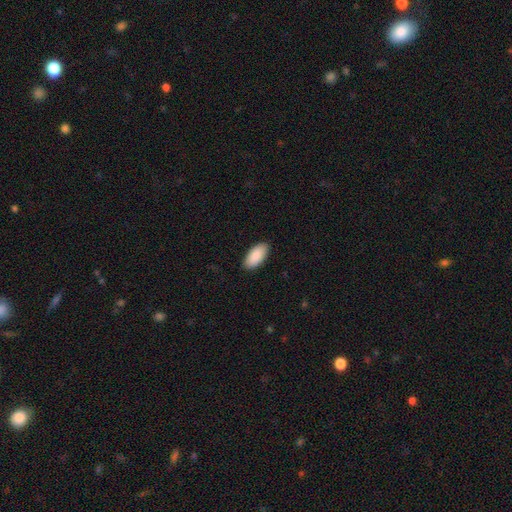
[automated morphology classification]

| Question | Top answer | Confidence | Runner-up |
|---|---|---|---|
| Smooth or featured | smooth | 90% | star or artifact (5%) |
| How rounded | in between | 94% | cigar-shaped (4%) |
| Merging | none | 89% | minor disturbance (8%) |